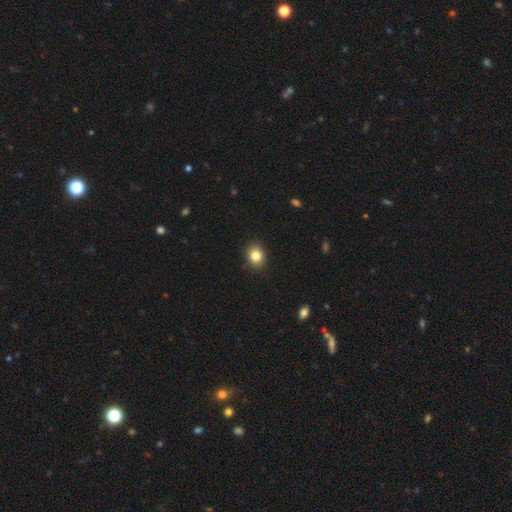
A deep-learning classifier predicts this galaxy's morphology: This appears to be a smooth galaxy with no disk features (84%) that is round (54%). Merging: none (89%).